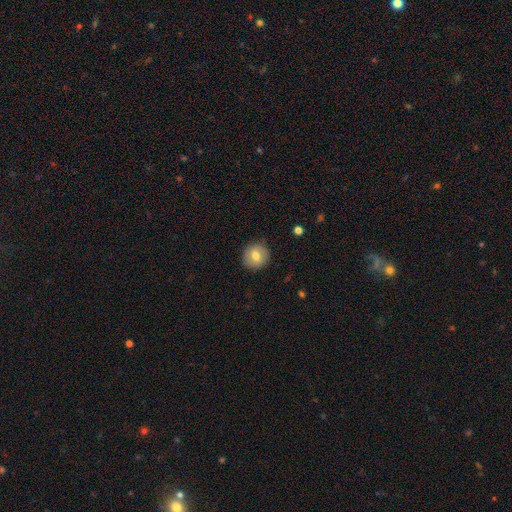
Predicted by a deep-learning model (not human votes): Overall: smooth (74%). How rounded: round (90%). Merging: none (89%).